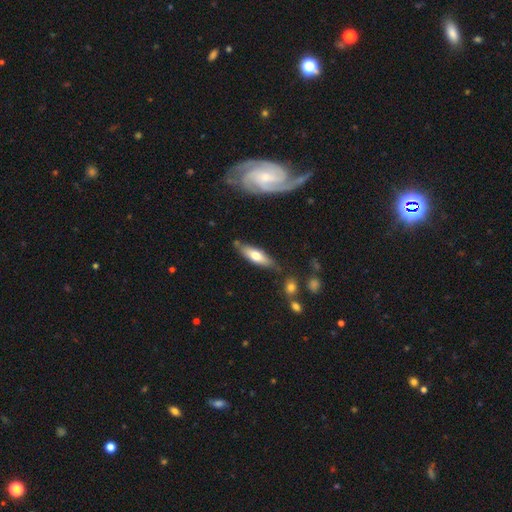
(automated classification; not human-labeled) Smooth or featured? smooth (59%)
How rounded? cigar-shaped (50%)
Merging? none (74%)